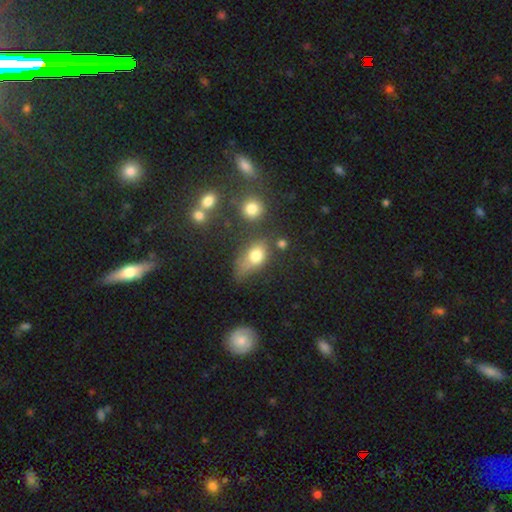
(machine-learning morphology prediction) The model was most divided on "merging": none: 41%, minor disturbance: 28%, major disturbance: 17%, merger: 13%. More confident: how rounded — in between (74%); smooth or featured — smooth (73%).